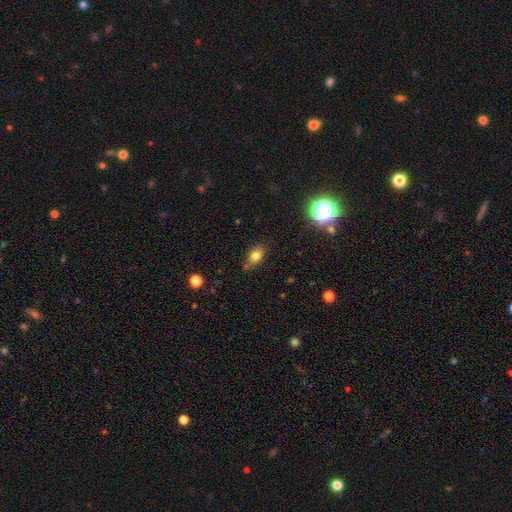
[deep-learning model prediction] Smooth or featured? Predicted: smooth (p=0.78). How rounded? Predicted: in between (p=0.83). Merging? Predicted: none (p=0.76).